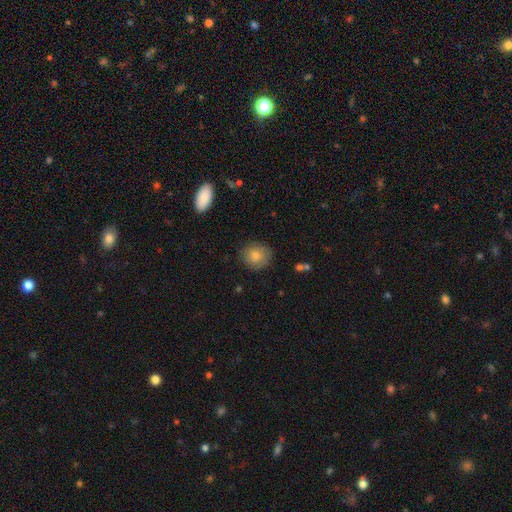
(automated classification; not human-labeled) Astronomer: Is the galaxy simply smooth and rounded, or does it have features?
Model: smooth — 79%.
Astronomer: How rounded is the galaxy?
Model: round — 85%.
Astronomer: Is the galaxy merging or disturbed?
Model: none — 82%.